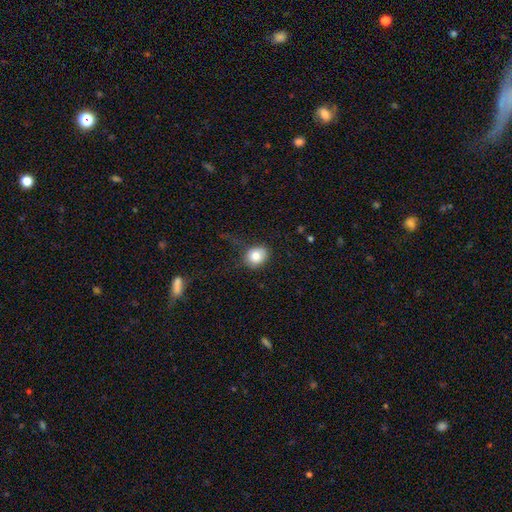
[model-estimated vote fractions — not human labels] Overall: smooth (82%). How rounded: round (65%; in between 34%). Merging: none (64%).